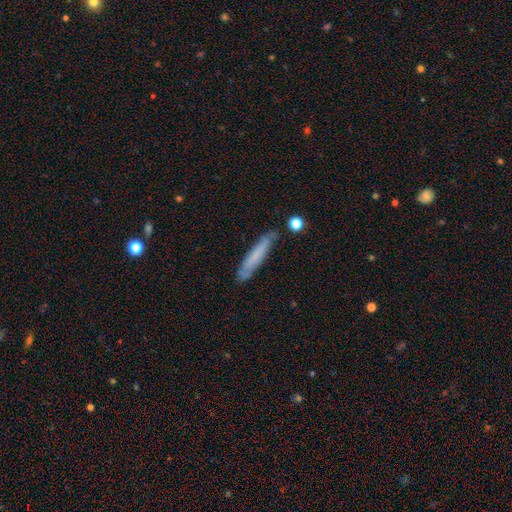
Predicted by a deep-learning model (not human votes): smooth-or-featured: smooth: 65% | featured or disk: 28% | star or artifact: 7%
  how-rounded: cigar-shaped: 91% | in between: 8% | round: 1%
  merging: none: 79% | minor disturbance: 15% | major disturbance: 3% | merger: 3%